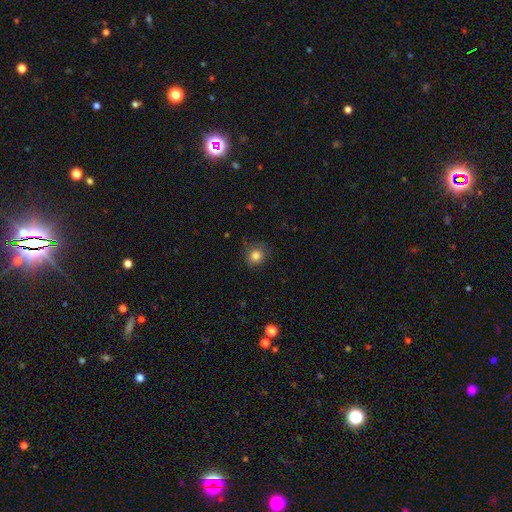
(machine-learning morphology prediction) Smooth or featured?
  - smooth: 83% *
  - star or artifact: 11%
  - featured or disk: 6%
How rounded?
  - round: 86% *
  - in between: 13%
  - cigar-shaped: 1%
Merging?
  - none: 82% *
  - minor disturbance: 14%
  - major disturbance: 3%
  - merger: 1%